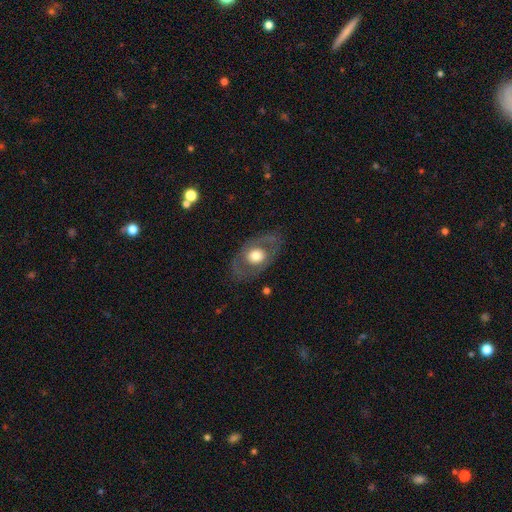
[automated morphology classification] Q: Smooth or featured?
A: featured or disk (49%); runner-up: smooth (46%)
Q: Merging?
A: none (77%); runner-up: minor disturbance (13%)